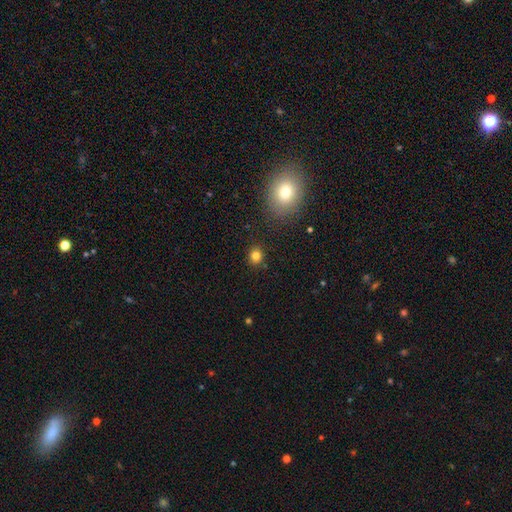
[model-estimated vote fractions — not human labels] Q: Smooth or featured?
A: smooth (81%); runner-up: star or artifact (13%)
Q: How rounded?
A: round (76%); runner-up: in between (23%)
Q: Merging?
A: none (87%); runner-up: minor disturbance (8%)